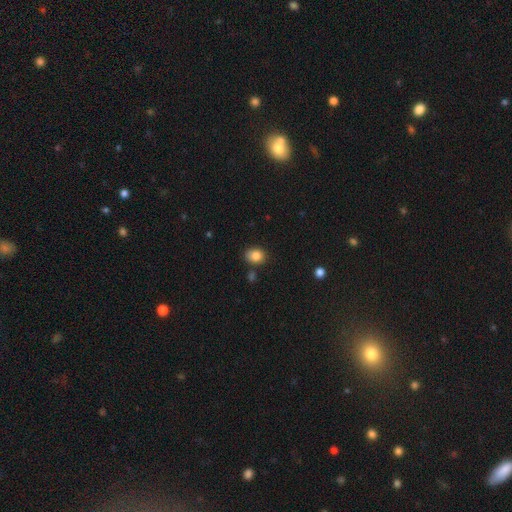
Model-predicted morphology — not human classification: A smooth galaxy with no disk features (85%) that is in between round and cigar-shaped (50%). Merging: none (81%).